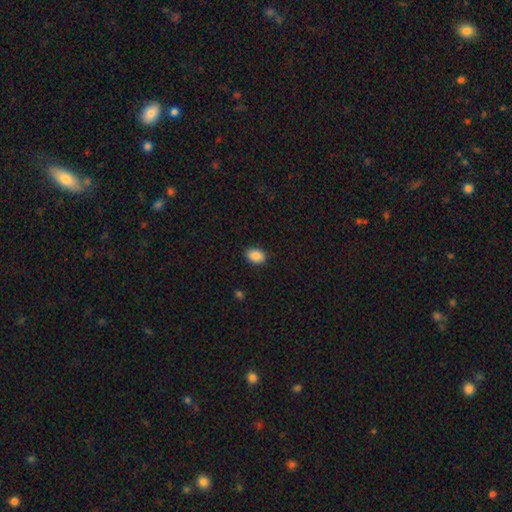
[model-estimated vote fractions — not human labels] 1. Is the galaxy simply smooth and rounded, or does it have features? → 88% smooth, 8% star or artifact, 4% featured or disk.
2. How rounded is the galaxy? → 75% in between, 24% round, 1% cigar-shaped.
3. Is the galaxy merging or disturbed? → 88% none, 9% minor disturbance, 2% major disturbance, 1% merger.